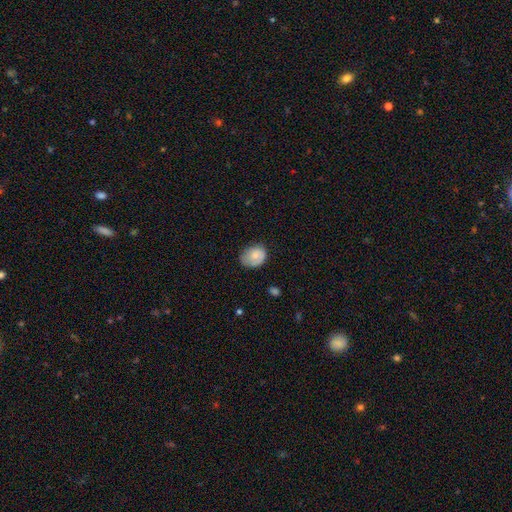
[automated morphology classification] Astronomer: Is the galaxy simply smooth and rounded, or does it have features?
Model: smooth — 74%.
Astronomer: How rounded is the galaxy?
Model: in between — 58% (runner-up: round, 42%).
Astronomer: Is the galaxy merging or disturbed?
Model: none — 61%.